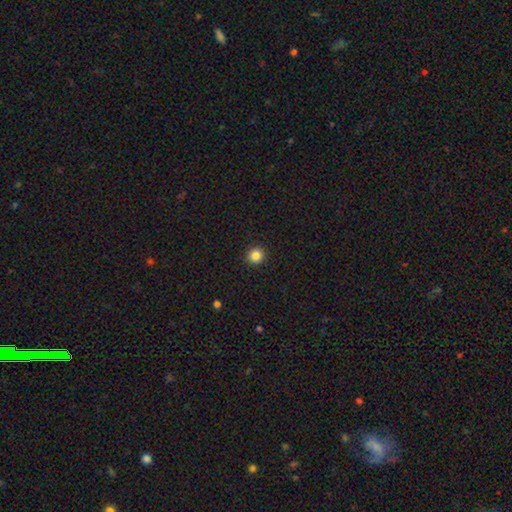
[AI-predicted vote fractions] A smooth galaxy with no disk features (85%) that is round (90%).

Vote fractions:
- Smooth or featured? smooth: 85% / star or artifact: 11% / featured or disk: 4%
- How rounded? round: 90% / in between: 9% / cigar-shaped: 1%
- Merging? none: 93% / minor disturbance: 5% / major disturbance: 2% / merger: 1%